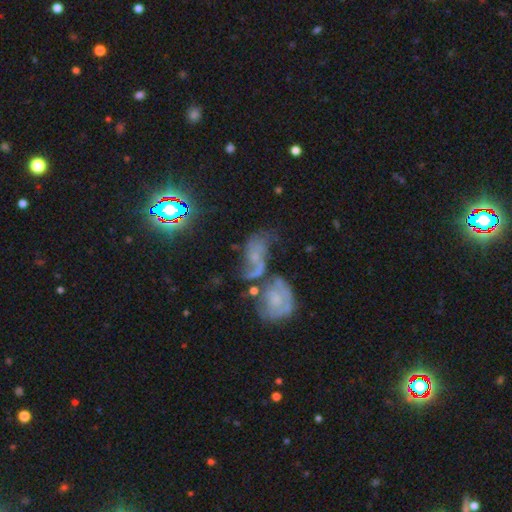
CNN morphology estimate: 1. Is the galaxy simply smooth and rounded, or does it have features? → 50% featured or disk, 28% smooth, 22% star or artifact.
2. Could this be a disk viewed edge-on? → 94% no, 6% yes.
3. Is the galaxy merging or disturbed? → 47% merger, 20% none, 19% major disturbance, 14% minor disturbance.